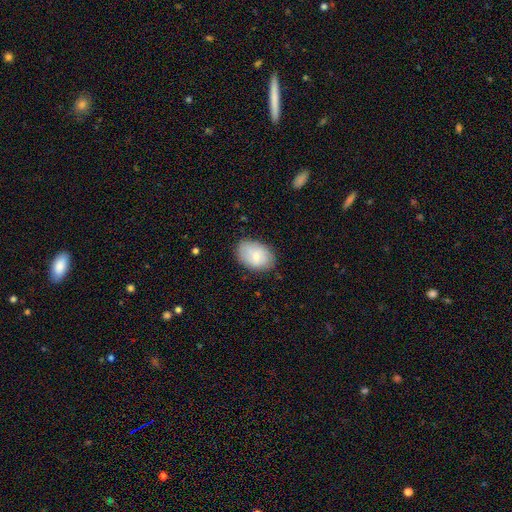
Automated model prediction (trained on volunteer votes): smooth 72%, featured or disk 21%, star or artifact 7%. Down the decision tree: how rounded — in between (82%); merging — none (78%).